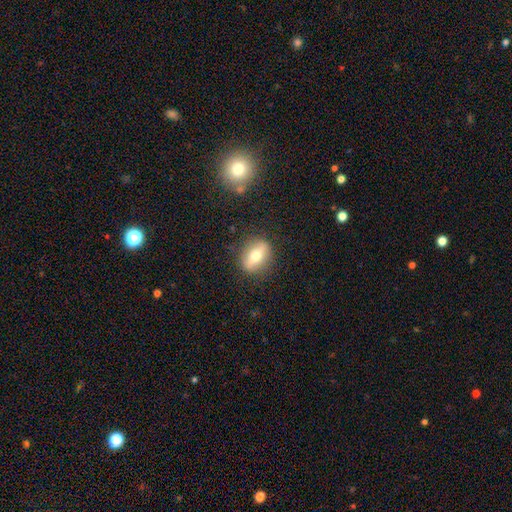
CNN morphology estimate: Overall: smooth (50%; featured or disk 43%). Merging: none (84%).